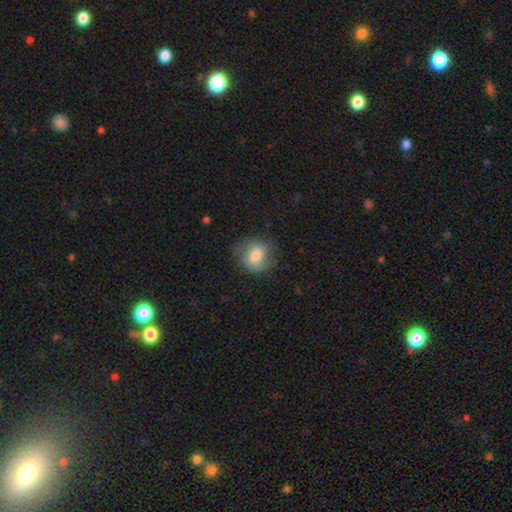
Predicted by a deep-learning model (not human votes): smooth_or_featured: smooth (p=0.60) [alt: featured or disk p=0.32]
how_rounded: round (p=0.71) [alt: in between p=0.28]
merging: none (p=0.72) [alt: minor disturbance p=0.19]